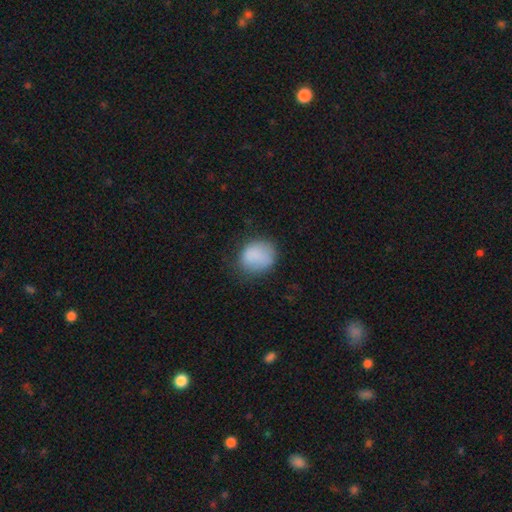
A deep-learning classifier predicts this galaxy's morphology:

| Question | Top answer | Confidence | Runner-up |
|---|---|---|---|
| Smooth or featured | smooth | 84% | star or artifact (8%) |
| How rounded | round | 70% | in between (29%) |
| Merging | none | 66% | minor disturbance (24%) |